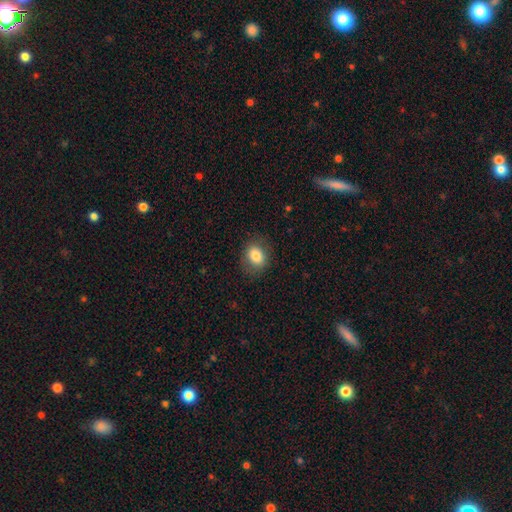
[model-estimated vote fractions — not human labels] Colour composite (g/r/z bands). It shows a smooth galaxy with no disk features (81%) that is in between round and cigar-shaped (56%). Merging: none (82%).